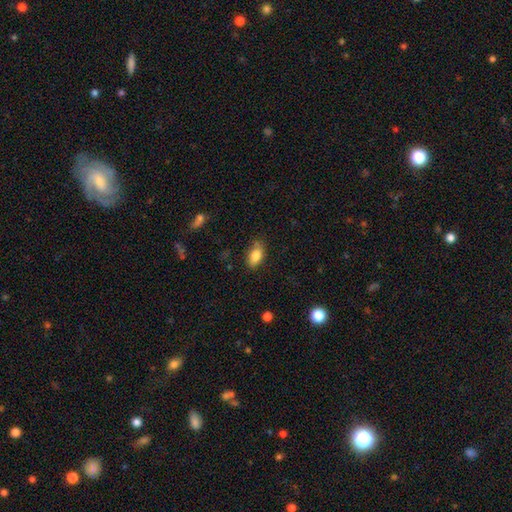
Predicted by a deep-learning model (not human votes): A smooth galaxy with no disk features (83%) that is in between round and cigar-shaped (89%).

Vote fractions:
- Smooth or featured? smooth: 83% / featured or disk: 9% / star or artifact: 8%
- How rounded? in between: 89% / round: 6% / cigar-shaped: 5%
- Merging? none: 75% / minor disturbance: 18% / major disturbance: 4% / merger: 3%